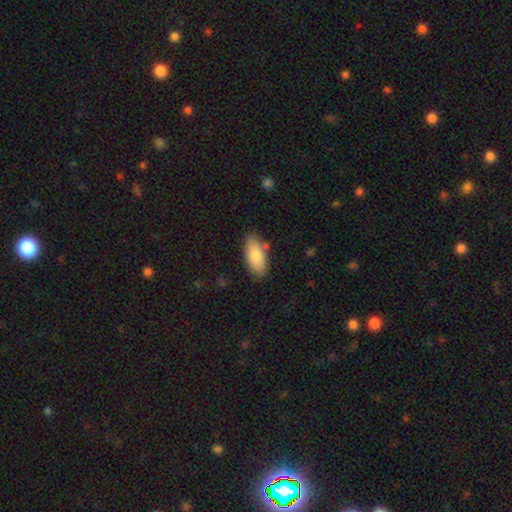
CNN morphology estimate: Smooth or featured? Predicted: smooth (p=0.84). How rounded? Predicted: in between (p=0.89). Merging? Predicted: none (p=0.78).